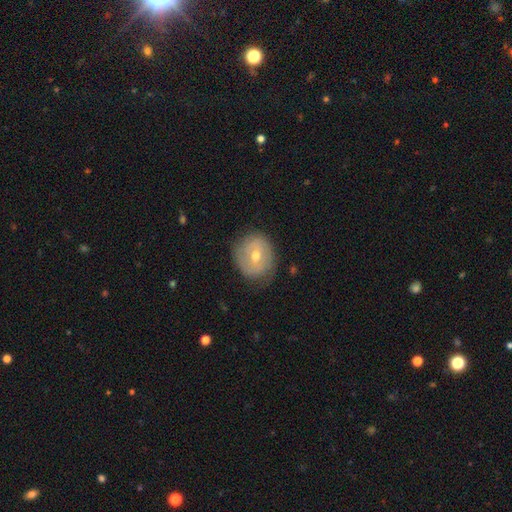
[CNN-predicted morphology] type=featured or disk (54%); edge-on=no (95%); bar=no (52%); spiral arms=yes (58%); bulge=moderate (60%); merging=none (72%).